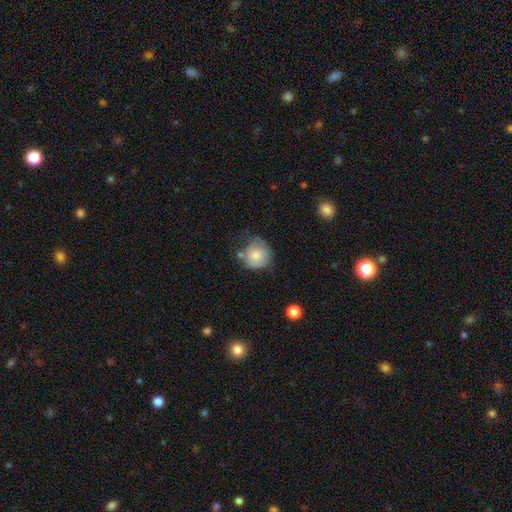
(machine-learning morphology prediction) Smooth or featured: smooth — 62% (featured or disk — 30%)
How rounded: round — 82% (in between — 17%)
Merging: none — 47% (minor disturbance — 32%)